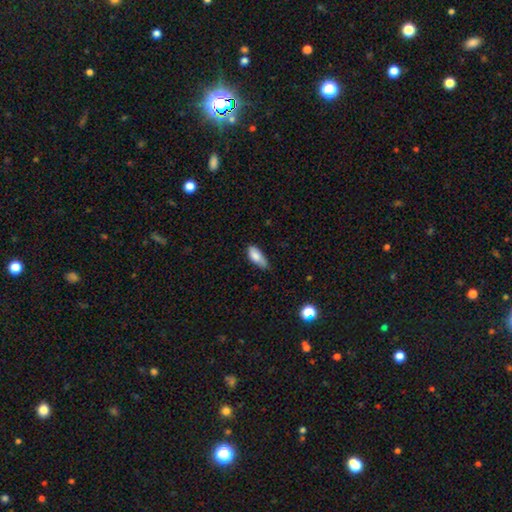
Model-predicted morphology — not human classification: A smooth galaxy with no disk features (82%) that is in between round and cigar-shaped (81%).

Vote fractions:
- Smooth or featured? smooth: 82% / featured or disk: 12% / star or artifact: 7%
- How rounded? in between: 81% / cigar-shaped: 16% / round: 2%
- Merging? none: 55% / minor disturbance: 37% / major disturbance: 6% / merger: 2%